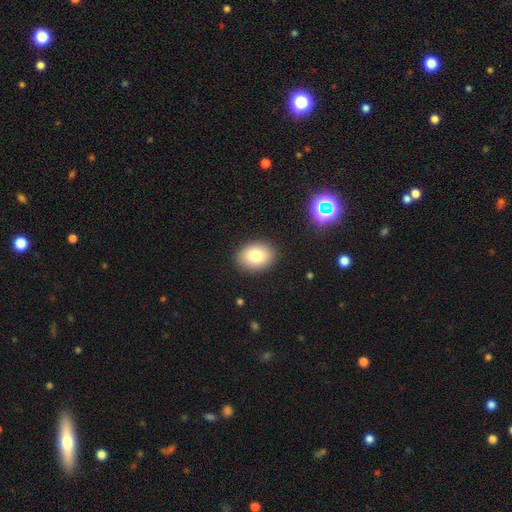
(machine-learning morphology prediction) A smooth galaxy with no disk features (79%) that is in between round and cigar-shaped (65%). Merging: none (89%).